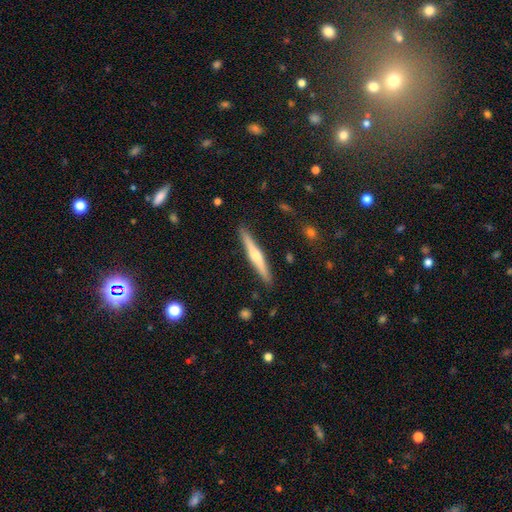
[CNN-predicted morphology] The model was most divided on "smooth or featured": featured or disk: 63%, smooth: 31%, star or artifact: 6%. More confident: edge-on disk — yes (98%); merging — none (90%); edge-on bulge — rounded (86%).